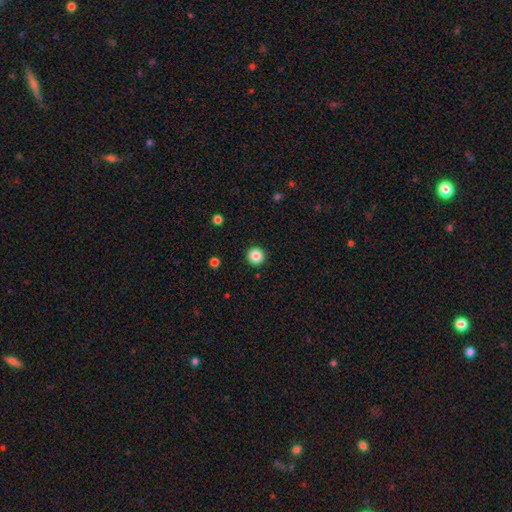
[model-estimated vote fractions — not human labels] Smooth or featured? Predicted: smooth (p=0.85). How rounded? Predicted: round (p=0.96). Merging? Predicted: none (p=0.93).